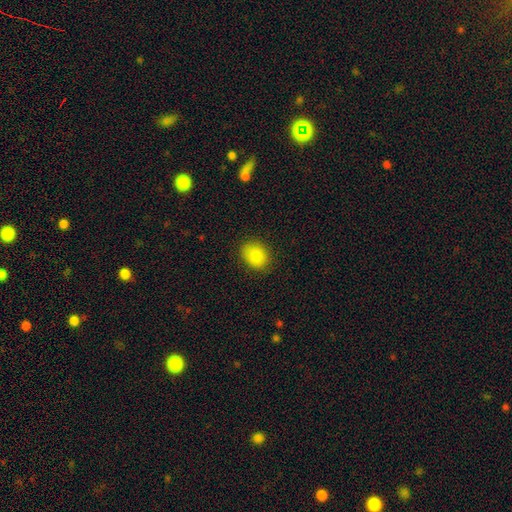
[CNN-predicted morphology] Smooth or featured: smooth — 86% (star or artifact — 9%)
How rounded: in between — 58% (round — 41%)
Merging: none — 85% (minor disturbance — 11%)